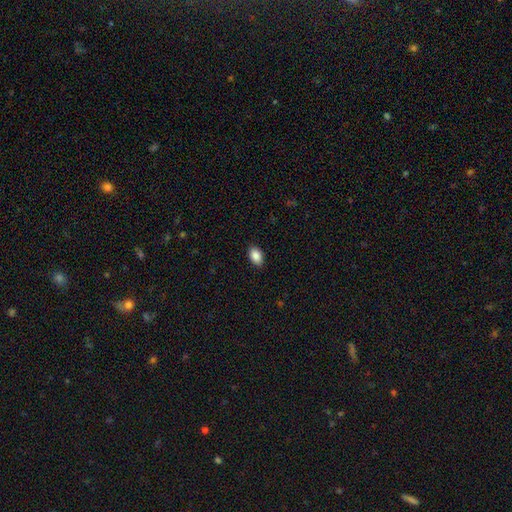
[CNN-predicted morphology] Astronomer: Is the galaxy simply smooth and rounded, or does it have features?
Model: smooth — 89%.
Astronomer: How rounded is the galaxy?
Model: in between — 89%.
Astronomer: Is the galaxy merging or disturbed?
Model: none — 89%.